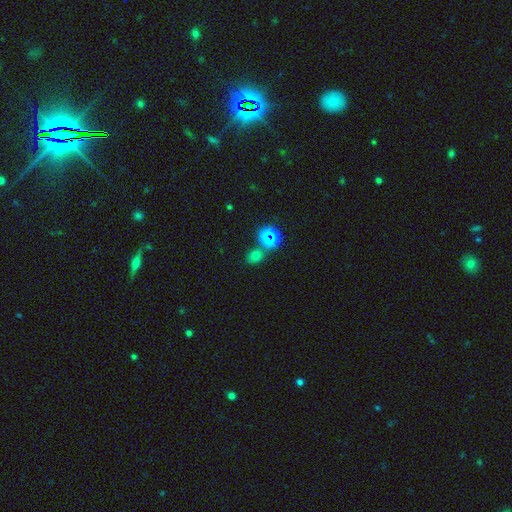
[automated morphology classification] This is likely a smooth galaxy (63%). How rounded: likely round (65%). Merging: likely none (70%).